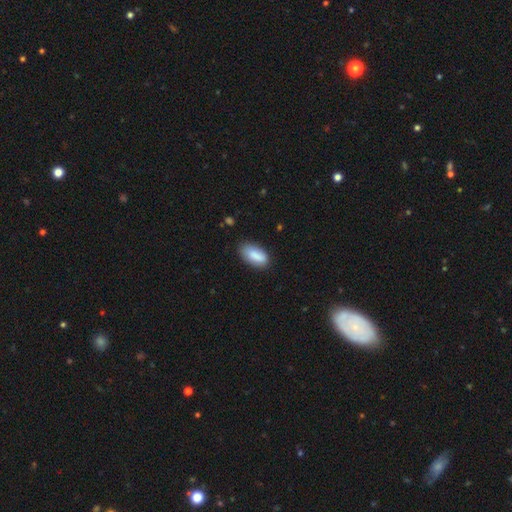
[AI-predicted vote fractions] Overall: smooth (86%). How rounded: in between (91%). Merging: none (76%).